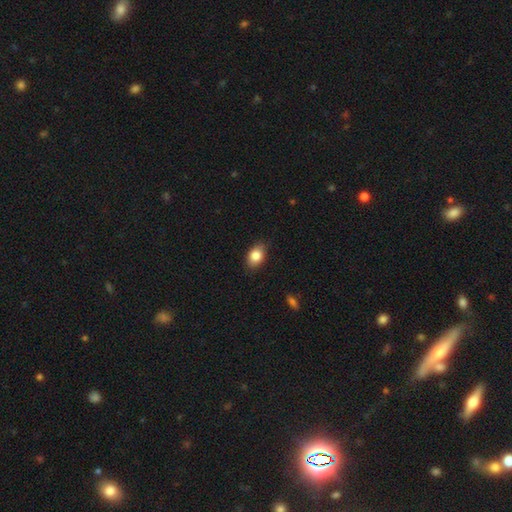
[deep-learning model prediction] Smooth or featured: smooth — 84% (star or artifact — 8%)
How rounded: in between — 80% (round — 19%)
Merging: none — 82% (minor disturbance — 14%)